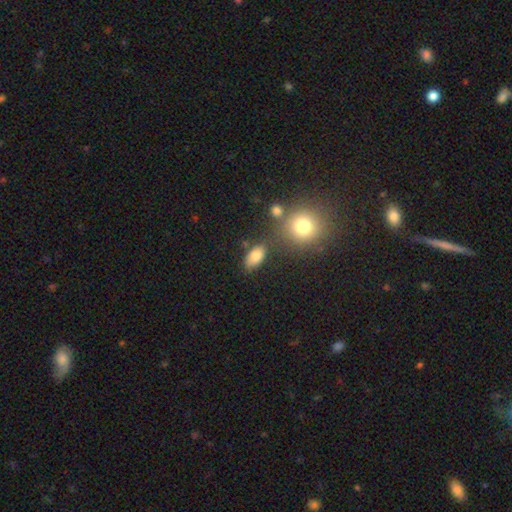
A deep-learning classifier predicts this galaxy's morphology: The model was most divided on "merging": none: 71%, minor disturbance: 15%, merger: 8%, major disturbance: 5%. More confident: how rounded — in between (88%); smooth or featured — smooth (80%).